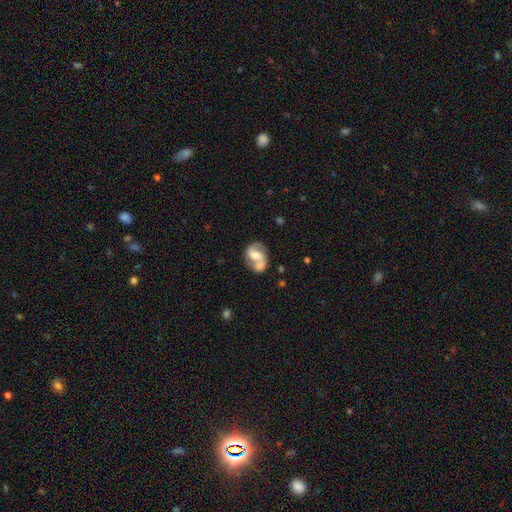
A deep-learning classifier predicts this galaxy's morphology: Smooth or featured: featured or disk — 70% (smooth — 24%)
Edge-on disk: no — 97% (yes — 3%)
Bar: no — 42% (weak — 40%)
Spiral arms: yes — 85% (no — 15%)
Spiral winding: medium — 48% (loose — 35%)
Spiral arm count: 2 — 86% (1 — 6%)
Bulge size: moderate — 61% (small — 18%)
Merging: none — 44% (merger — 32%)